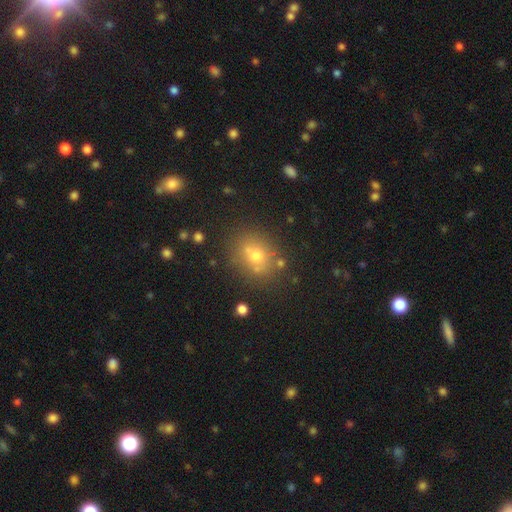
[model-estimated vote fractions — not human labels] A smooth galaxy with no disk features (64%) that is round (63%).

Vote fractions:
- Smooth or featured? smooth: 64% / star or artifact: 18% / featured or disk: 18%
- How rounded? round: 63% / in between: 36% / cigar-shaped: 1%
- Merging? none: 70% / merger: 13% / minor disturbance: 13% / major disturbance: 5%